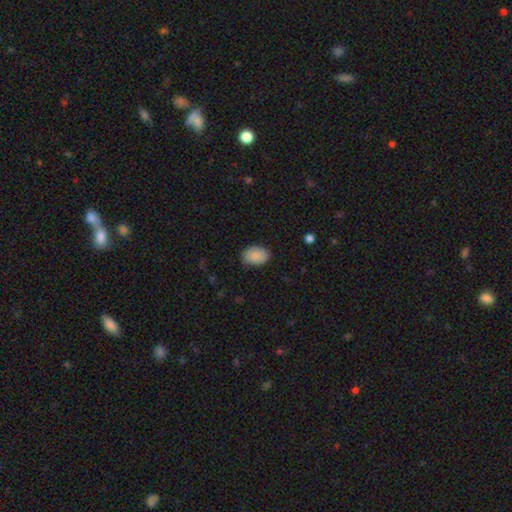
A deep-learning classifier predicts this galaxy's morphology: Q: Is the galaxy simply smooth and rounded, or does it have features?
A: smooth — 88%.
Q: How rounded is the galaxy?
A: in between — 83%.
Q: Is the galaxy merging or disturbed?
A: none — 81%.